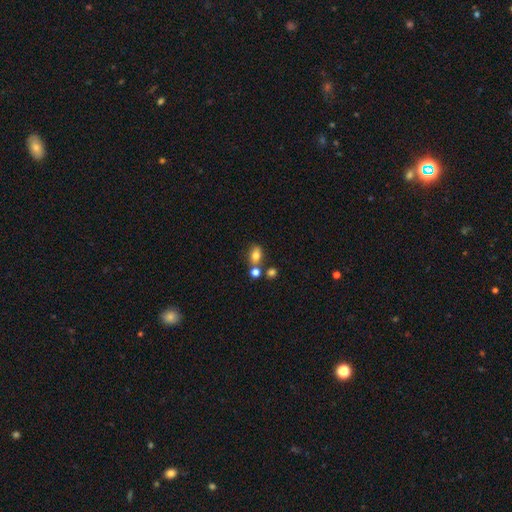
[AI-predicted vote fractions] Smooth or featured? Predicted: smooth (p=0.78). How rounded? Predicted: in between (p=0.67). Merging? Predicted: none (p=0.60).